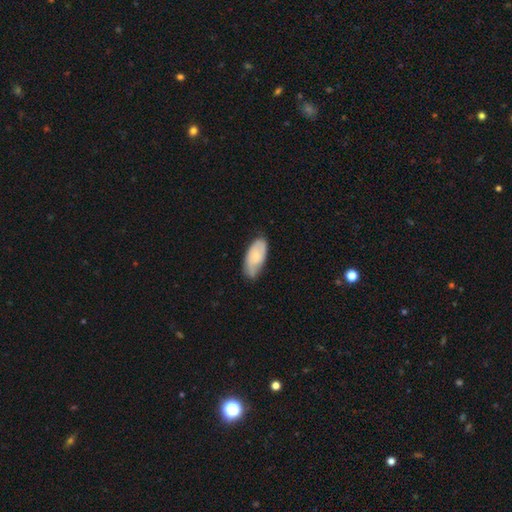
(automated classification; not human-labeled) Morphology: type=smooth (59%); roundness=in between (91%); merging=none (60%).